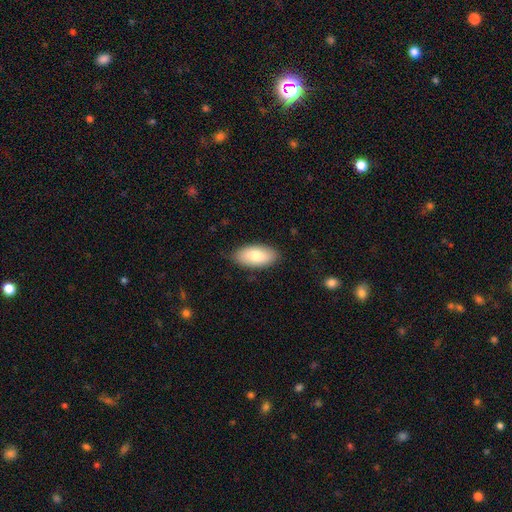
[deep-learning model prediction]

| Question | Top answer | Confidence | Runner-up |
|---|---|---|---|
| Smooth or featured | smooth | 79% | featured or disk (15%) |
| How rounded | in between | 93% | cigar-shaped (4%) |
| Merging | none | 84% | minor disturbance (12%) |